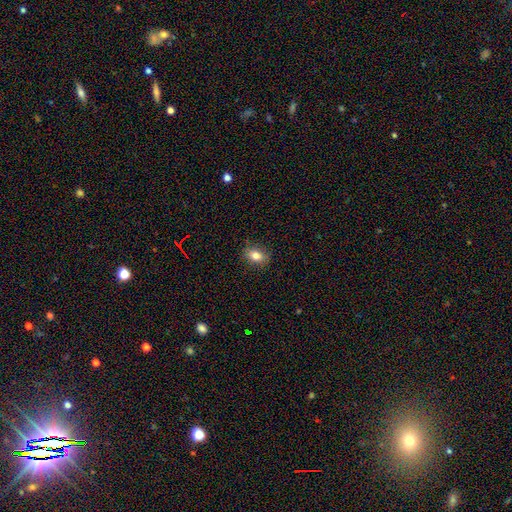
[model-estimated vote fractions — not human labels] Q: Smooth or featured?
A: smooth (81%); runner-up: star or artifact (10%)
Q: How rounded?
A: in between (72%); runner-up: round (26%)
Q: Merging?
A: none (85%); runner-up: minor disturbance (11%)